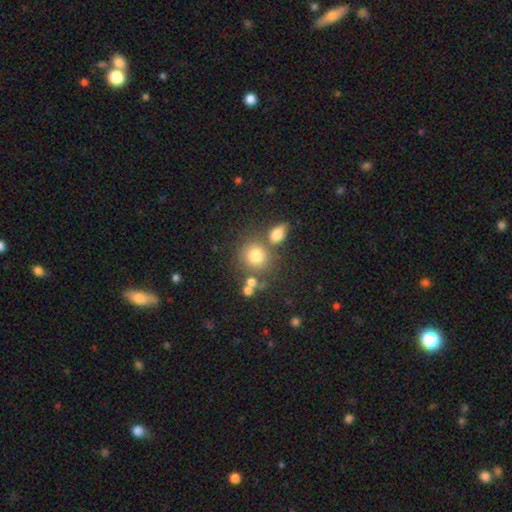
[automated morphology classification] The model was most divided on "merging": none: 61%, merger: 23%, minor disturbance: 11%, major disturbance: 5%. More confident: how rounded — round (82%); smooth or featured — smooth (77%).